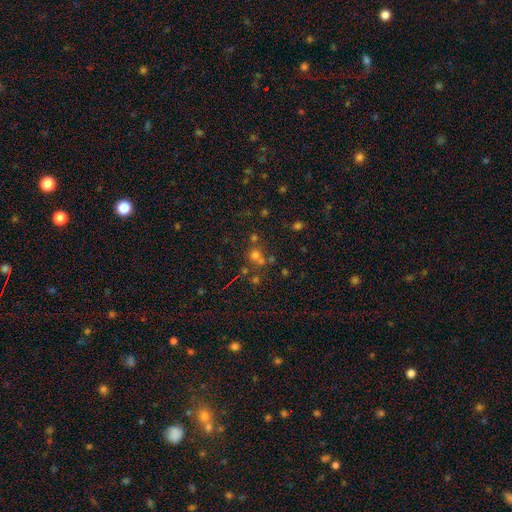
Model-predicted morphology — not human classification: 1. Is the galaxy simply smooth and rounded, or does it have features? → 55% smooth, 31% star or artifact, 14% featured or disk.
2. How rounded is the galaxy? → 86% round, 13% in between, 1% cigar-shaped.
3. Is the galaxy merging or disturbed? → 57% none, 30% merger, 9% minor disturbance, 5% major disturbance.